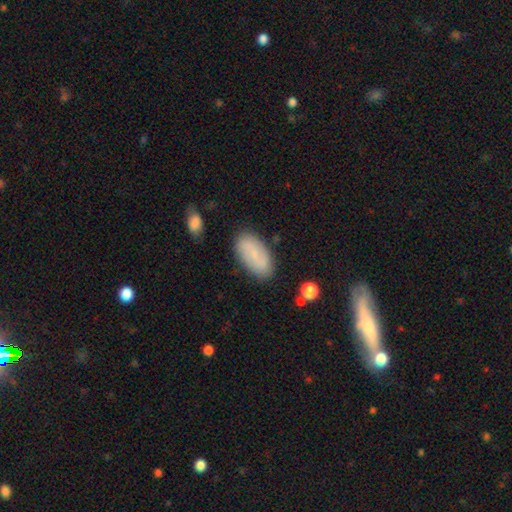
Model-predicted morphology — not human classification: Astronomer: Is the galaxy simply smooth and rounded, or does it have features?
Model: smooth — 65%.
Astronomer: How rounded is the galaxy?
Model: in between — 93%.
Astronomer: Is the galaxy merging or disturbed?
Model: none — 83%.